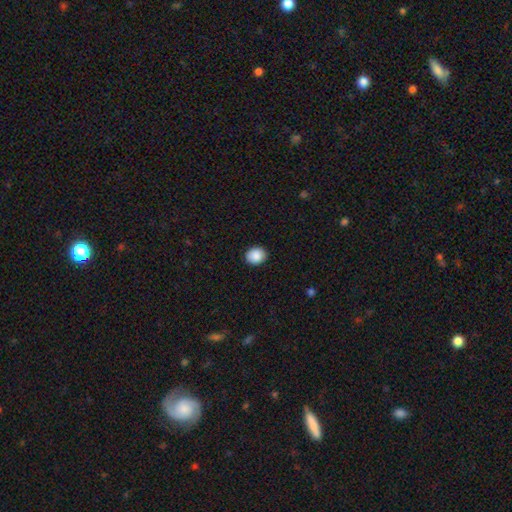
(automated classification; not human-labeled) Morphology: type=smooth (89%); roundness=round (61%); merging=none (90%).